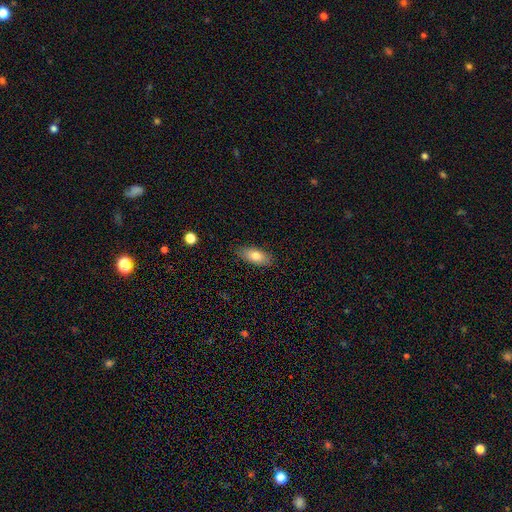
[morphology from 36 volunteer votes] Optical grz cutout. It shows a smooth galaxy with no disk features (83%) that is in between round and cigar-shaped (87%). Merging: none (89%).